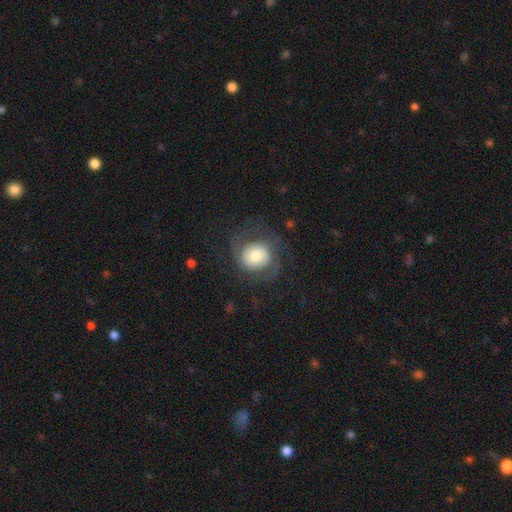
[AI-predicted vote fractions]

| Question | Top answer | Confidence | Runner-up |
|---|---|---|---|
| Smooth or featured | featured or disk | 53% | smooth (39%) |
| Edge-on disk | no | 97% | yes (3%) |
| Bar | no | 73% | weak (21%) |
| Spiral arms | yes | 80% | no (20%) |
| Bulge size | moderate | 53% | large (25%) |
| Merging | none | 64% | major disturbance (19%) |